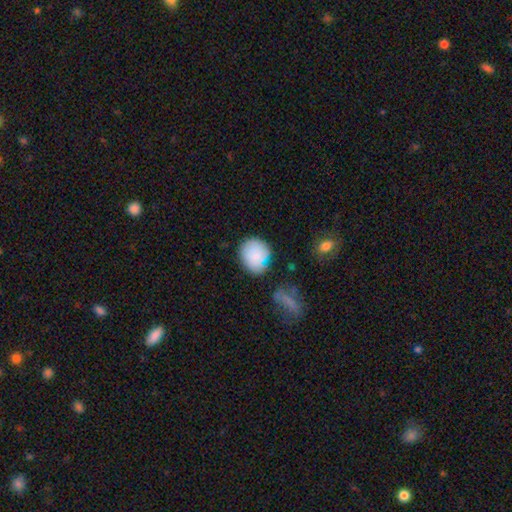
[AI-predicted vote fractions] Q: Smooth or featured?
A: smooth (82%); runner-up: featured or disk (11%)
Q: How rounded?
A: round (71%); runner-up: in between (28%)
Q: Merging?
A: none (69%); runner-up: minor disturbance (19%)